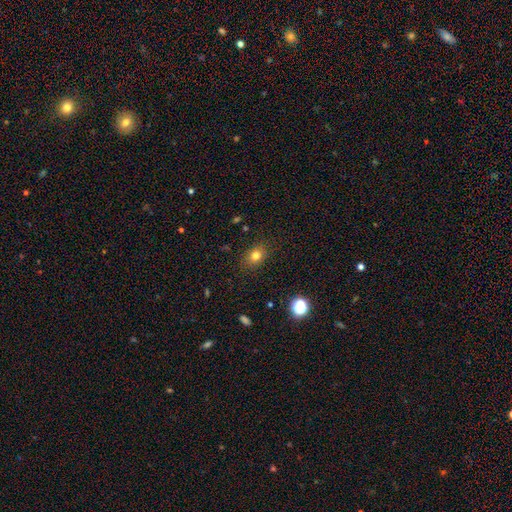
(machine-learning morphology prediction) This is likely a smooth galaxy (78%). How rounded: possibly in between (53%). Merging: clearly none (86%).